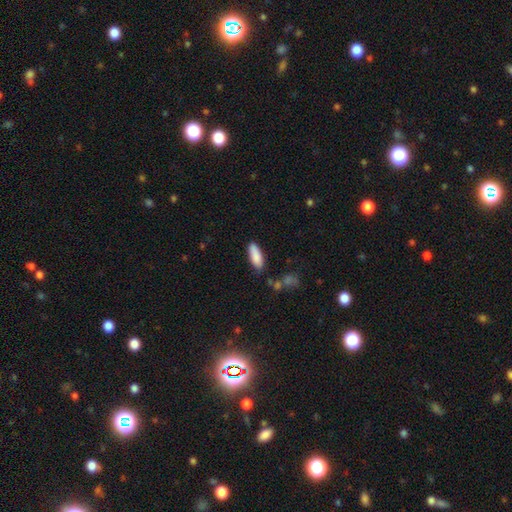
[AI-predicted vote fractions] Smooth or featured?
  - smooth: 88% *
  - star or artifact: 6%
  - featured or disk: 6%
How rounded?
  - in between: 63% *
  - cigar-shaped: 36%
  - round: 2%
Merging?
  - none: 78% *
  - minor disturbance: 16%
  - major disturbance: 3%
  - merger: 3%